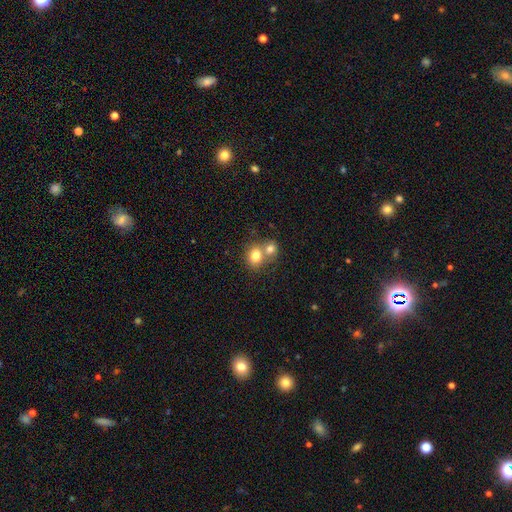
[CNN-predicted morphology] Q: Smooth or featured?
A: smooth (77%); runner-up: featured or disk (12%)
Q: How rounded?
A: round (68%); runner-up: in between (31%)
Q: Merging?
A: merger (57%); runner-up: none (34%)